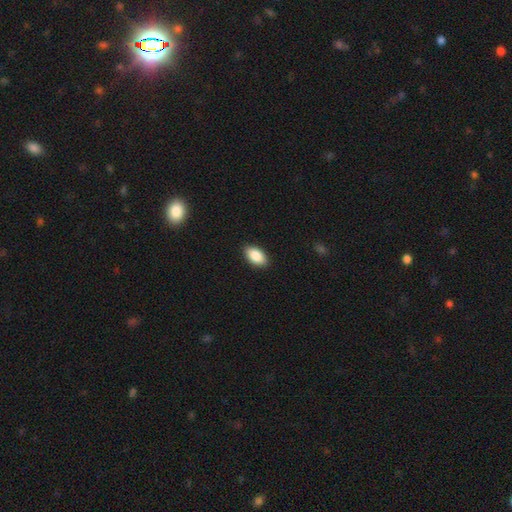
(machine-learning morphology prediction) Q: Smooth or featured?
A: smooth (88%); runner-up: star or artifact (7%)
Q: How rounded?
A: in between (94%); runner-up: round (4%)
Q: Merging?
A: none (89%); runner-up: minor disturbance (8%)